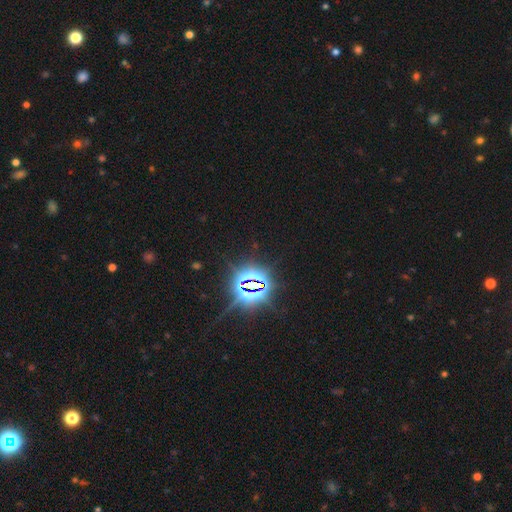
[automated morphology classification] Smooth or featured?
  - star or artifact: 85% *
  - smooth: 9%
  - featured or disk: 6%